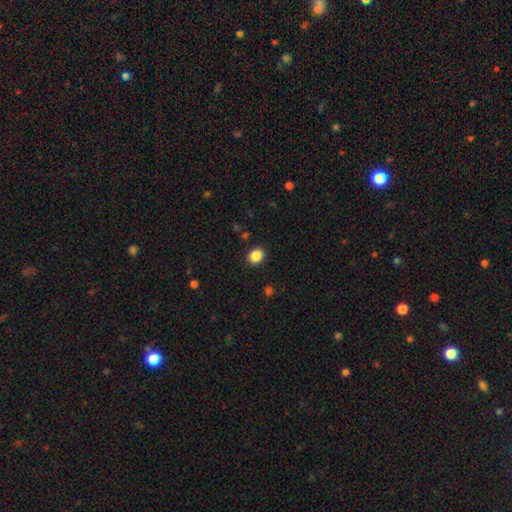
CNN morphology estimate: Q: Smooth or featured?
A: smooth (87%); runner-up: star or artifact (10%)
Q: How rounded?
A: round (62%); runner-up: in between (37%)
Q: Merging?
A: none (89%); runner-up: minor disturbance (7%)